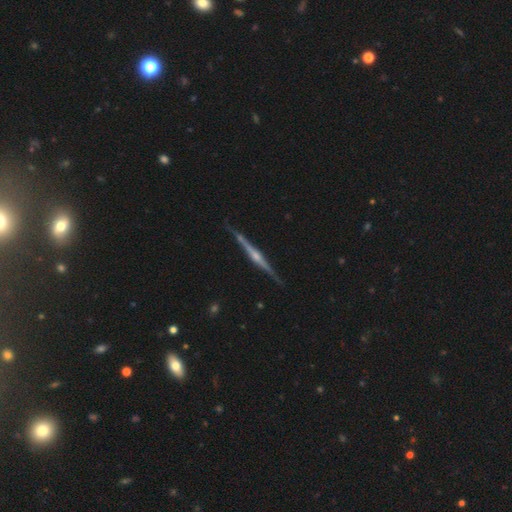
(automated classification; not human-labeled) Morphology: type=featured or disk (85%); edge-on=yes (98%); edge-on bulge=rounded (82%); merging=none (87%).